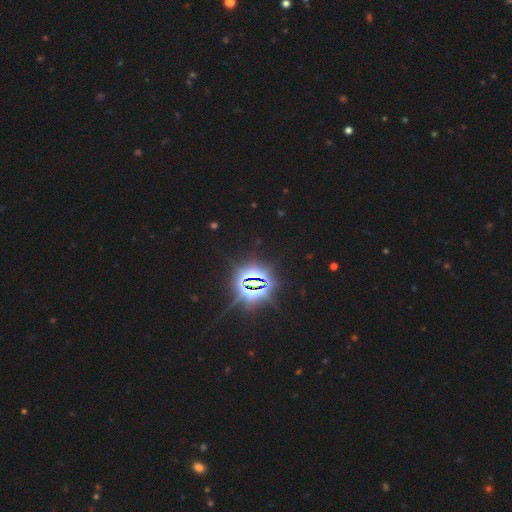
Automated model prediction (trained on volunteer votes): Overall: star or artifact (86%).